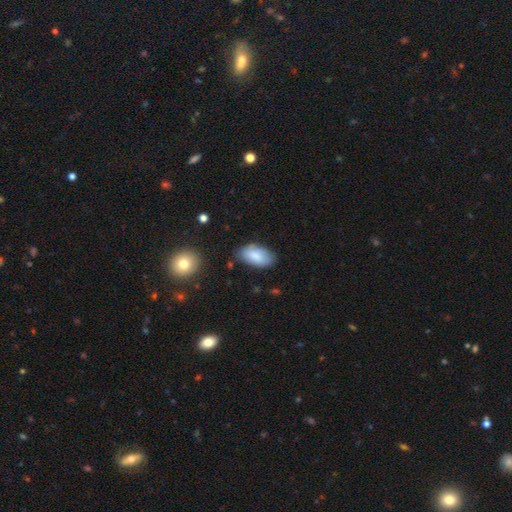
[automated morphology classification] smooth-or-featured: smooth: 82% | featured or disk: 11% | star or artifact: 6%
  how-rounded: in between: 95% | round: 3% | cigar-shaped: 2%
  merging: none: 72% | minor disturbance: 21% | major disturbance: 4% | merger: 2%